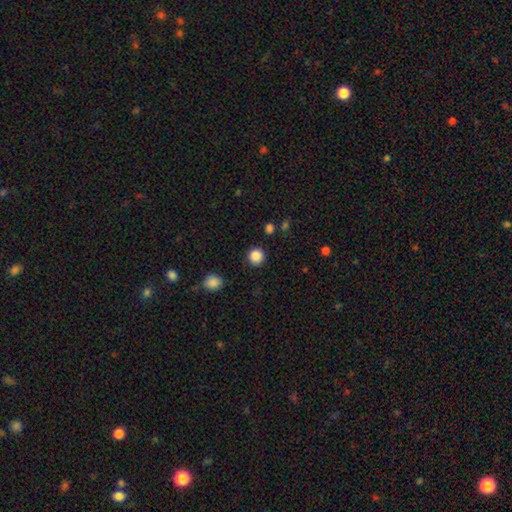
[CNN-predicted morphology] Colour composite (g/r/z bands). It shows a smooth galaxy with no disk features (87%) that is round (94%). Merging: none (89%).